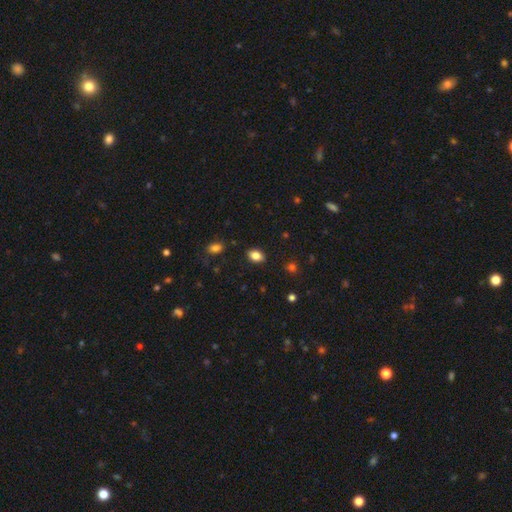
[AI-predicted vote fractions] smooth 82%, star or artifact 10%, featured or disk 8%. Down the decision tree: how rounded — in between (84%); merging — none (86%).